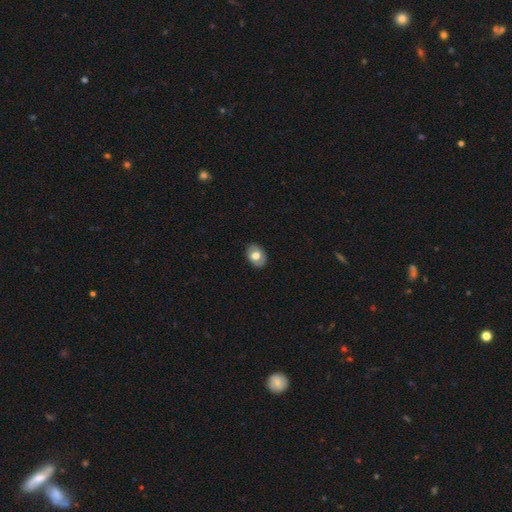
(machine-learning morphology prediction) A smooth galaxy with no disk features (58%) that is in between round and cigar-shaped (69%). Merging: none (85%).